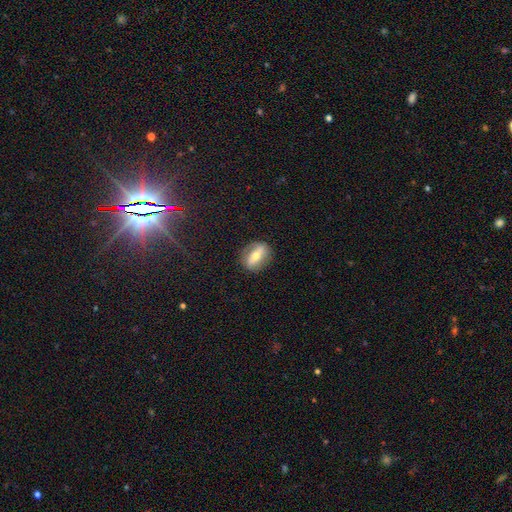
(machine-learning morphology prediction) featured or disk 52%, smooth 39%, star or artifact 9%. Down the decision tree: edge-on disk — no (75%); merging — none (83%).